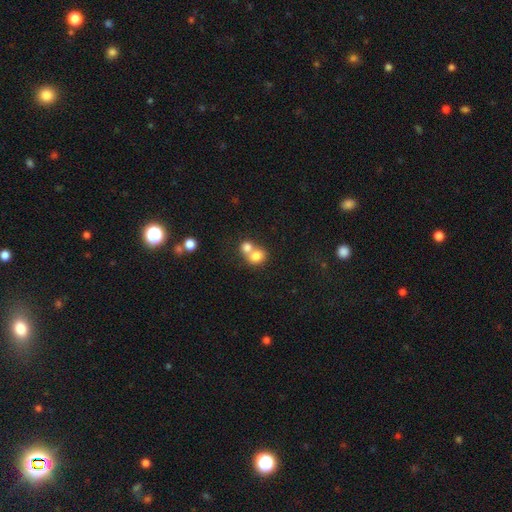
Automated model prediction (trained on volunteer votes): smooth 77%, featured or disk 13%, star or artifact 10%. Down the decision tree: how rounded — round (71%); merging — merger (65%).